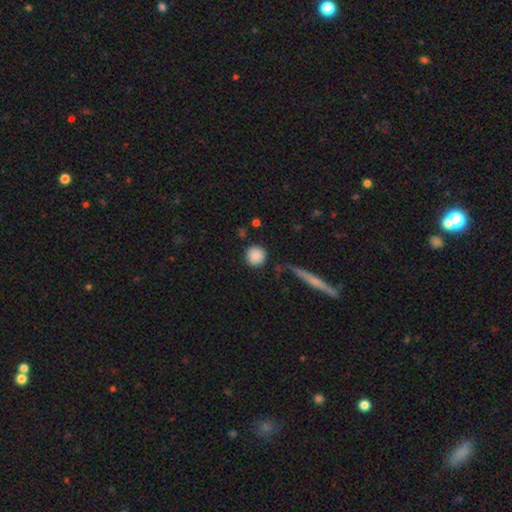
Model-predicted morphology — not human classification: A smooth galaxy with no disk features (86%) that is round (93%). Merging: none (84%).